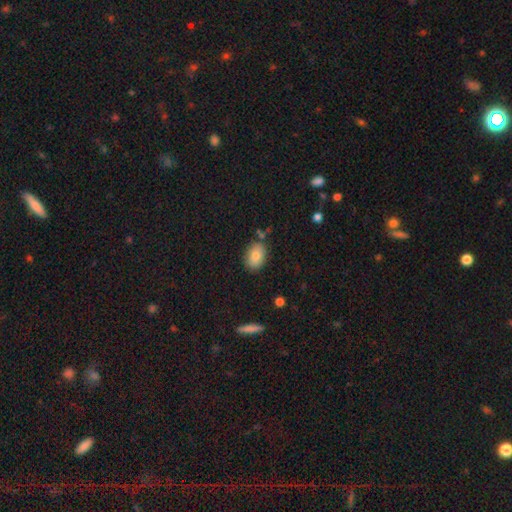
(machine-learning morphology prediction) The model was most divided on "how rounded": in between: 79%, round: 20%, cigar-shaped: 1%. More confident: merging — none (82%); smooth or featured — smooth (80%).